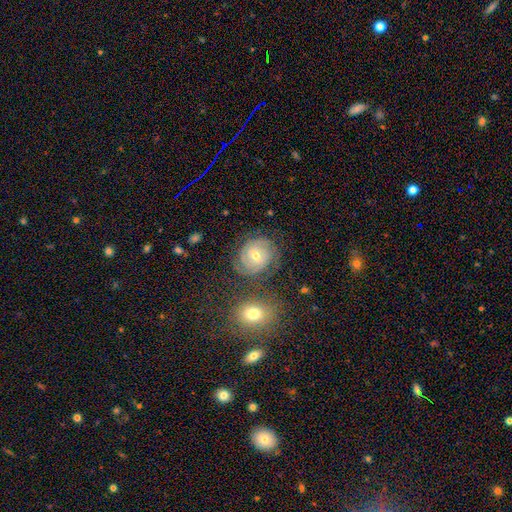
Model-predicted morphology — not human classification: This is likely a featured or disk galaxy (74%). It is clearly not viewed edge-on (97%). Bar: possibly no (45%). Spiral arm pattern: clearly yes (93%). Spiral arm count: marginally 2 (34%). Spiral winding: likely tight (71%). Central bulge: possibly moderate (50%). Merging: likely none (72%).